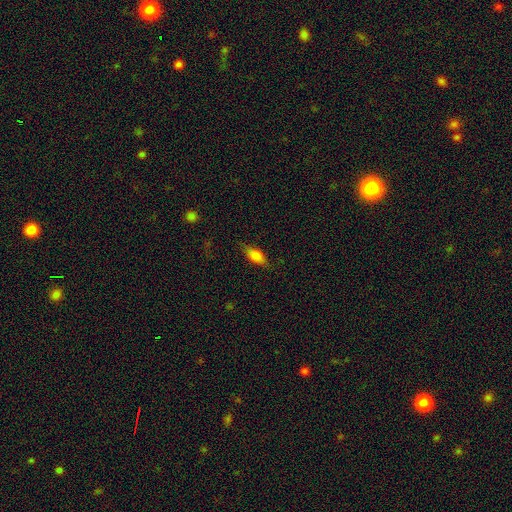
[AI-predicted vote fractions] This appears to be a smooth galaxy with no disk features (76%) that is in between round and cigar-shaped (79%). Merging: none (77%).